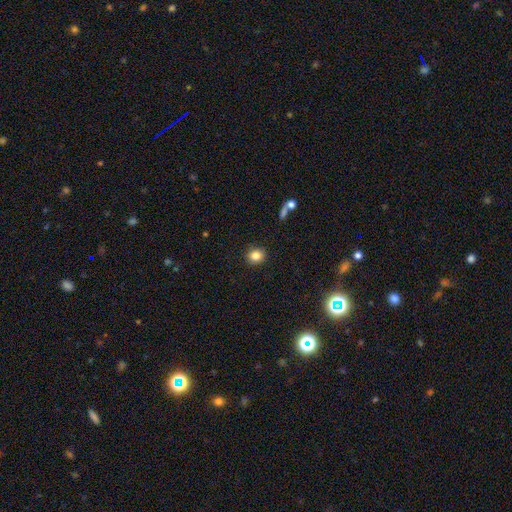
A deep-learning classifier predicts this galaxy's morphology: type=smooth (84%); roundness=round (80%); merging=none (90%).